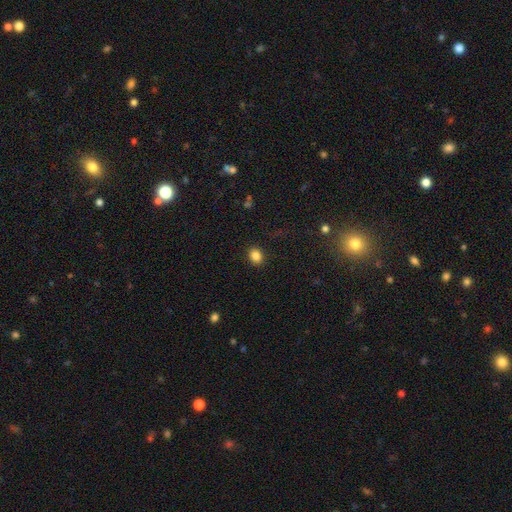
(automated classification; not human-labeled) Overall: smooth (86%). How rounded: in between (52%; round 47%). Merging: none (89%).